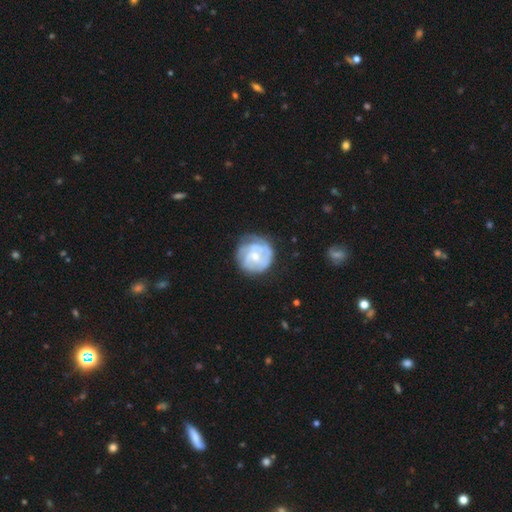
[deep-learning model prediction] A featured or disk galaxy (76%) with no bar (66%), tight (64%) spiral arms (89%) and a small central bulge (50%).

Vote fractions:
- Smooth or featured? featured or disk: 76% / smooth: 19% / star or artifact: 5%
- Edge-on disk? no: 98% / yes: 2%
- Bar? no: 66% / weak: 29% / strong: 5%
- Spiral arms? yes: 89% / no: 11%
- Spiral winding? tight: 64% / medium: 28% / loose: 9%
- Spiral arm count? can't tell: 35% / 3: 25% / 2: 23% / 4: 7% / 1: 6% / more than 4: 4%
- Bulge size? small: 50% / moderate: 45% / large: 2% / none: 2% / dominant: 1%
- Merging? none: 68% / minor disturbance: 21% / major disturbance: 10% / merger: 2%